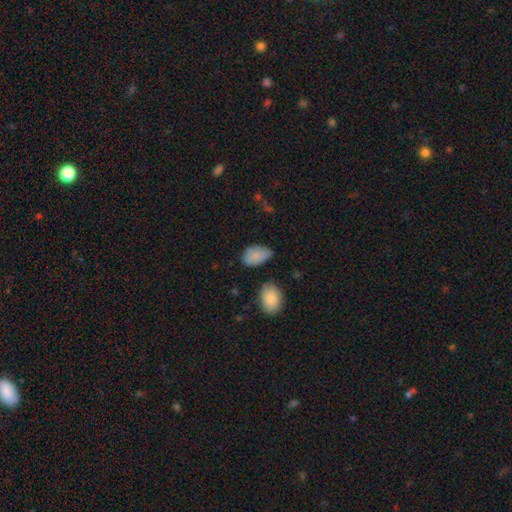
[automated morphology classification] Q: Smooth or featured?
A: smooth (82%); runner-up: featured or disk (10%)
Q: How rounded?
A: in between (91%); runner-up: round (7%)
Q: Merging?
A: none (58%); runner-up: minor disturbance (30%)